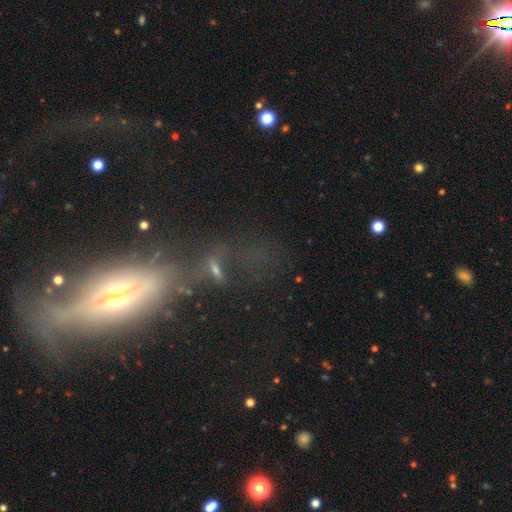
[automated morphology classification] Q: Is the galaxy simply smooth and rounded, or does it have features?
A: featured or disk — 43%.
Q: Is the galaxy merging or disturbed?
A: none — 40%.